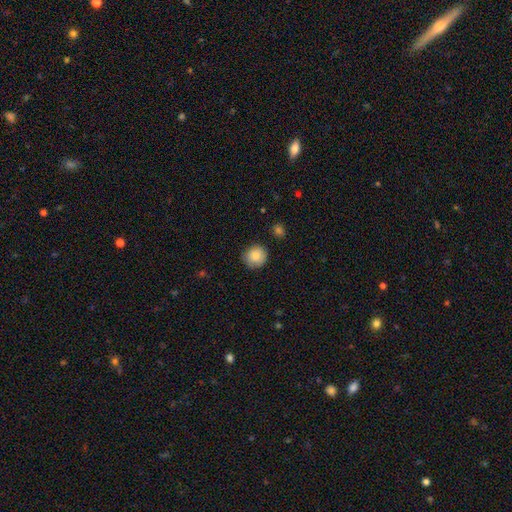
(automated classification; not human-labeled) smooth 84%, featured or disk 8%, star or artifact 8%. Down the decision tree: how rounded — round (90%); merging — none (83%).